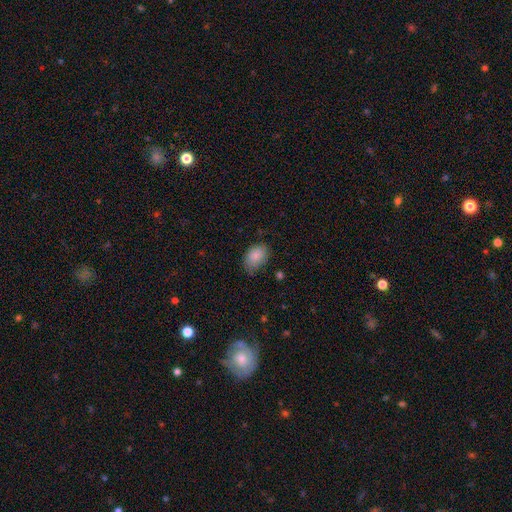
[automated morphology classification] smooth_or_featured: smooth (p=0.86) [alt: star or artifact p=0.07]
how_rounded: in between (p=0.84) [alt: round p=0.15]
merging: none (p=0.64) [alt: minor disturbance p=0.28]